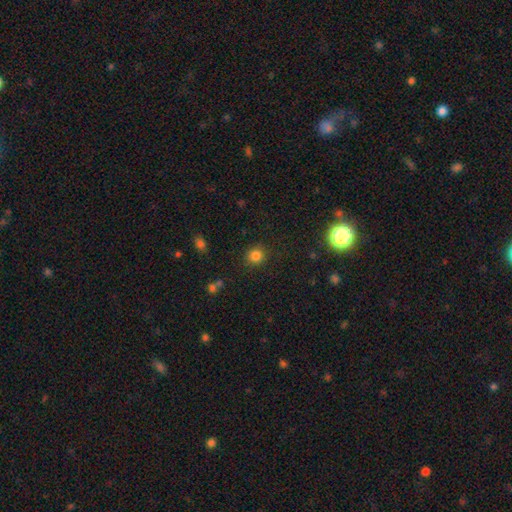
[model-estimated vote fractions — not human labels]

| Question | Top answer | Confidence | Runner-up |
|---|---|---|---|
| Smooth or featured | smooth | 82% | star or artifact (14%) |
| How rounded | round | 88% | in between (11%) |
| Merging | none | 88% | minor disturbance (8%) |